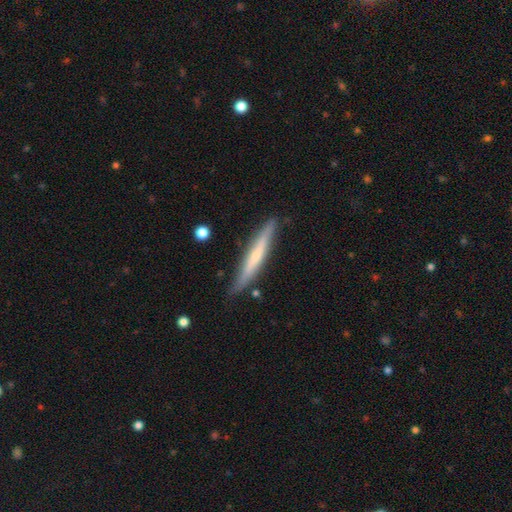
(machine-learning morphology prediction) This is possibly a featured or disk galaxy (53%). It is clearly viewed edge-on (94%). Merging: clearly none (85%).